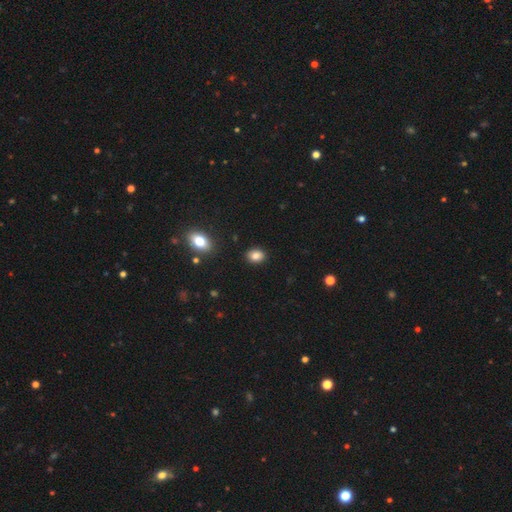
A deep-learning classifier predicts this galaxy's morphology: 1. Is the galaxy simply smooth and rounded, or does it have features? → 84% smooth, 10% star or artifact, 6% featured or disk.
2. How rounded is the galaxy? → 58% in between, 41% round, 1% cigar-shaped.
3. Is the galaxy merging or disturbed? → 89% none, 7% minor disturbance, 2% major disturbance, 2% merger.